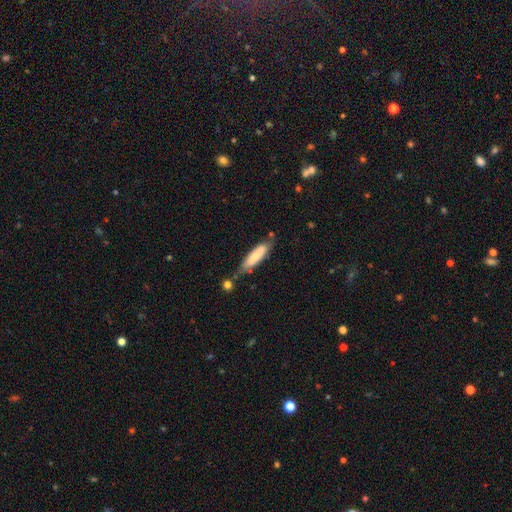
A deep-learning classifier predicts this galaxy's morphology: This appears to be a smooth galaxy with no disk features (70%) that is cigar-shaped (73%). Merging: none (65%).